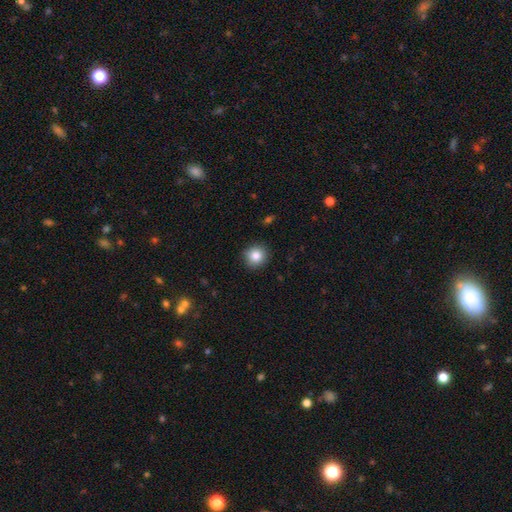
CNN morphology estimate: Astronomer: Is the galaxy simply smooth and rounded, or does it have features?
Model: smooth — 84%.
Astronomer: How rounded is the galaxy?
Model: round — 90%.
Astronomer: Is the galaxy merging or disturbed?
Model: none — 90%.